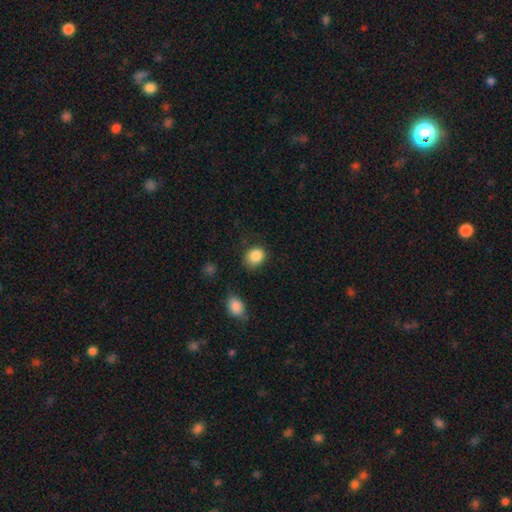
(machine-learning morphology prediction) smooth-or-featured: smooth: 86% | star or artifact: 9% | featured or disk: 5%
  how-rounded: round: 61% | in between: 39% | cigar-shaped: 1%
  merging: none: 76% | minor disturbance: 17% | major disturbance: 5% | merger: 3%